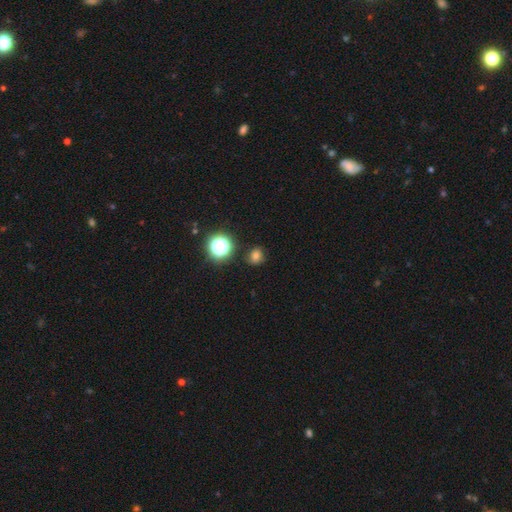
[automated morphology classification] A smooth galaxy with no disk features (72%) that is round (74%).

Vote fractions:
- Smooth or featured? smooth: 72% / star or artifact: 22% / featured or disk: 6%
- How rounded? round: 74% / in between: 25% / cigar-shaped: 1%
- Merging? none: 85% / minor disturbance: 10% / major disturbance: 3% / merger: 2%